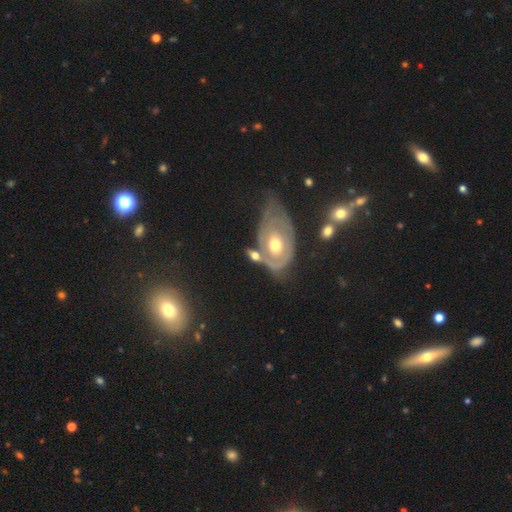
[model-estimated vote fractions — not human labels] Q: Smooth or featured?
A: featured or disk (63%); runner-up: smooth (30%)
Q: Edge-on disk?
A: no (88%); runner-up: yes (12%)
Q: Bar?
A: no (81%); runner-up: weak (14%)
Q: Spiral arms?
A: yes (58%); runner-up: no (42%)
Q: Bulge size?
A: moderate (66%); runner-up: small (17%)
Q: Merging?
A: none (41%); runner-up: merger (29%)